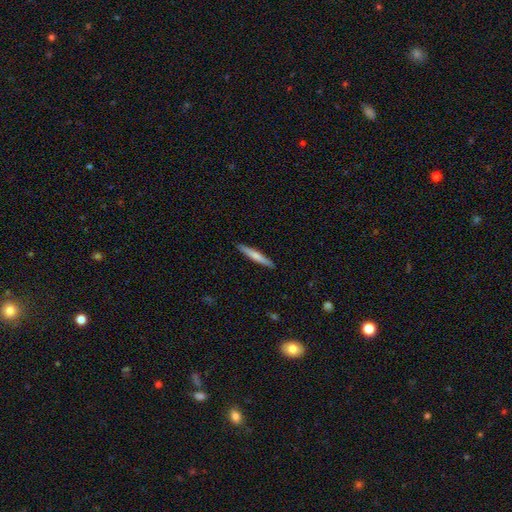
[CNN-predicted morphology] smooth-or-featured: smooth: 61% | featured or disk: 34% | star or artifact: 5%
  how-rounded: cigar-shaped: 95% | in between: 4% | round: 1%
  merging: none: 91% | minor disturbance: 6% | major disturbance: 1% | merger: 1%